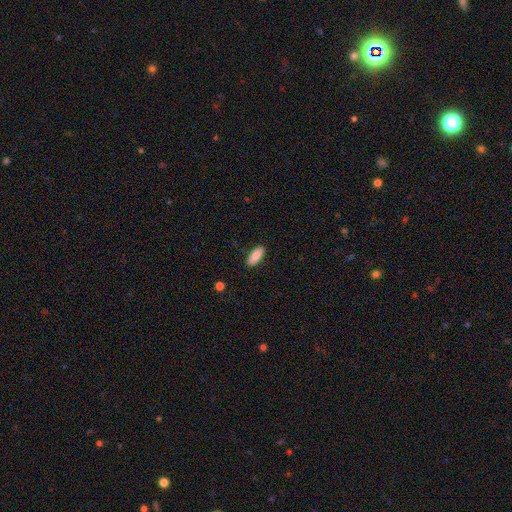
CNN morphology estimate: This appears to be a smooth galaxy with no disk features (89%) that is in between round and cigar-shaped (78%). Merging: none (88%).